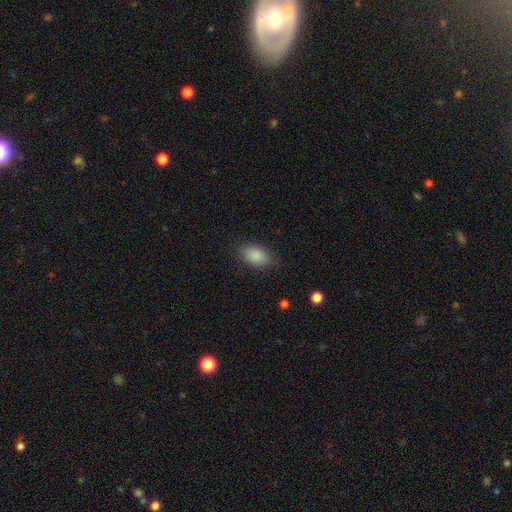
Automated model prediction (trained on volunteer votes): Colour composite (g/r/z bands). It shows a smooth galaxy with no disk features (88%) that is in between round and cigar-shaped (90%). Merging: none (82%).